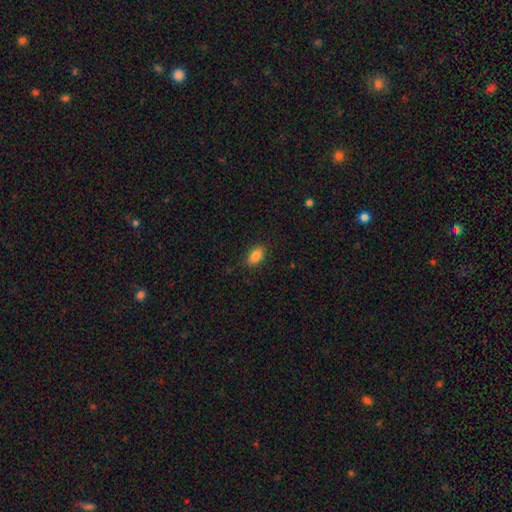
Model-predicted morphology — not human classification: Overall: smooth (87%). How rounded: in between (90%). Merging: none (87%).